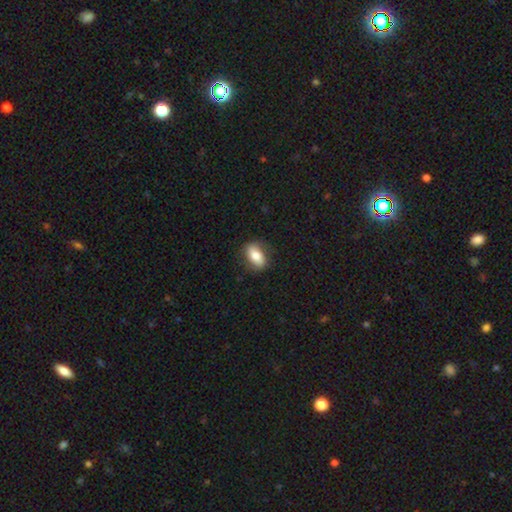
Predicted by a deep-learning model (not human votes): Morphology: type=smooth (72%); roundness=in between (83%); merging=none (81%).